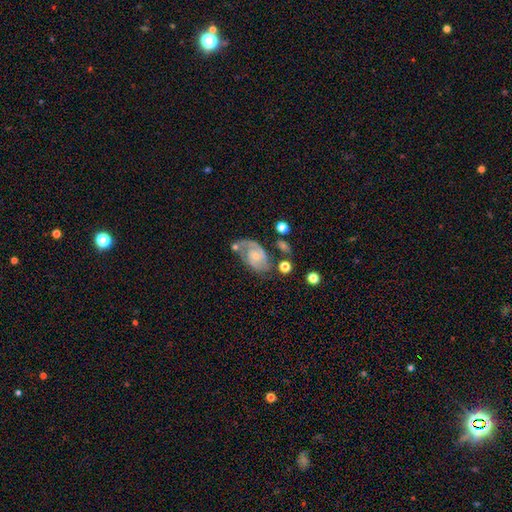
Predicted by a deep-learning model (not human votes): Smooth or featured? Predicted: featured or disk (p=0.76). Edge-on disk? Predicted: no (p=0.97). Bar? Predicted: no (p=0.59). Spiral arms? Predicted: yes (p=0.92). Spiral winding? Predicted: medium (p=0.48). Spiral arm count? Predicted: 2 (p=0.77). Bulge size? Predicted: small (p=0.61). Merging? Predicted: none (p=0.52).